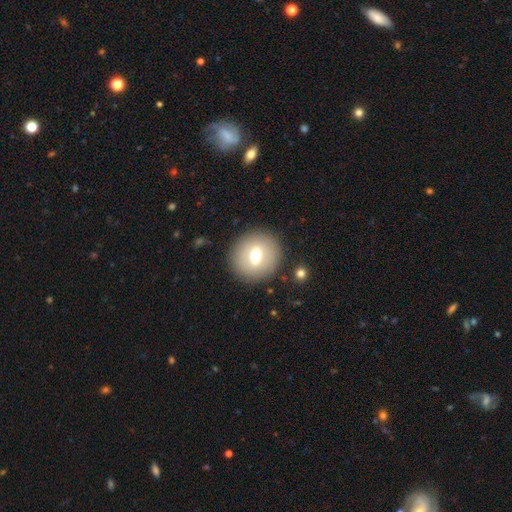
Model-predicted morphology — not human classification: A smooth galaxy with no disk features (60%) that is round (85%).

Vote fractions:
- Smooth or featured? smooth: 60% / featured or disk: 31% / star or artifact: 9%
- How rounded? round: 85% / in between: 14% / cigar-shaped: 1%
- Merging? none: 87% / minor disturbance: 8% / major disturbance: 3% / merger: 2%